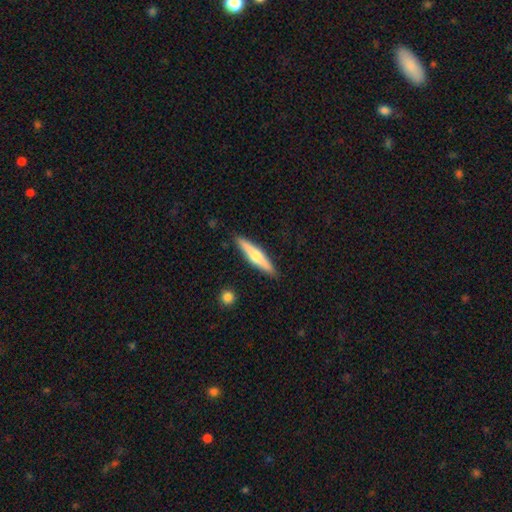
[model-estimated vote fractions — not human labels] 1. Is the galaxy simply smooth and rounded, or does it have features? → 48% smooth, 47% featured or disk, 5% star or artifact.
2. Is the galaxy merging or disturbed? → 89% none, 8% minor disturbance, 2% major disturbance, 1% merger.